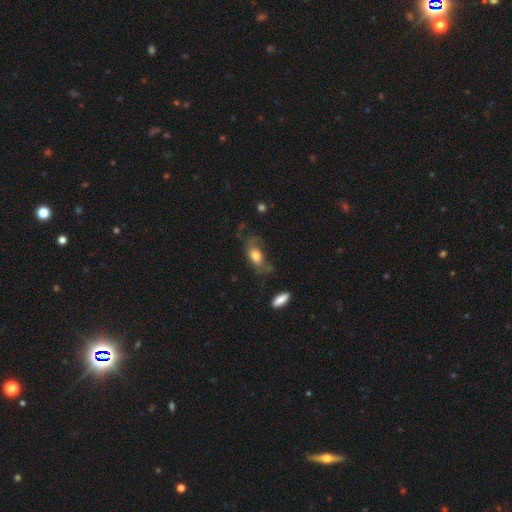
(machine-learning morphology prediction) smooth 60%, featured or disk 32%, star or artifact 8%. Down the decision tree: how rounded — in between (84%); merging — none (37%).